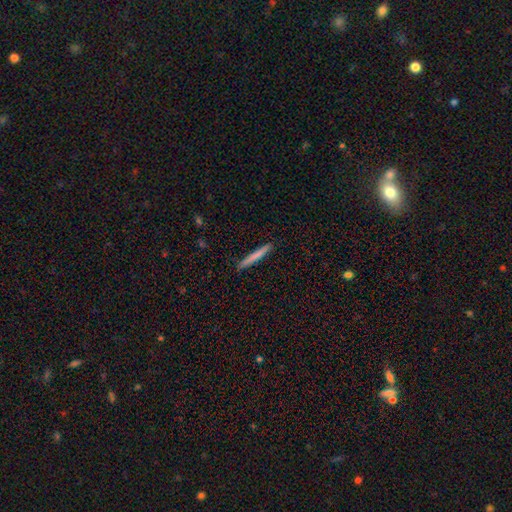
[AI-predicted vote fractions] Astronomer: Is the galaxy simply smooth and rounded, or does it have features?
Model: smooth — 72%.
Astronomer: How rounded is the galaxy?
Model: cigar-shaped — 97%.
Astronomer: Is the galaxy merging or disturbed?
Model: none — 92%.